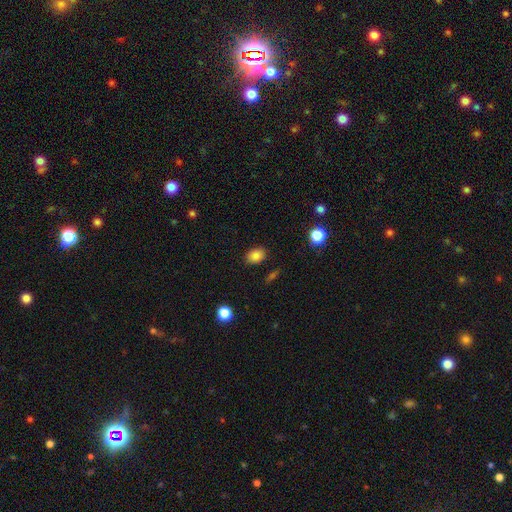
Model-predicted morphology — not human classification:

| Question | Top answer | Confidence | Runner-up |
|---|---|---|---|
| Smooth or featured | smooth | 85% | star or artifact (11%) |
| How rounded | in between | 72% | round (27%) |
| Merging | none | 86% | minor disturbance (10%) |